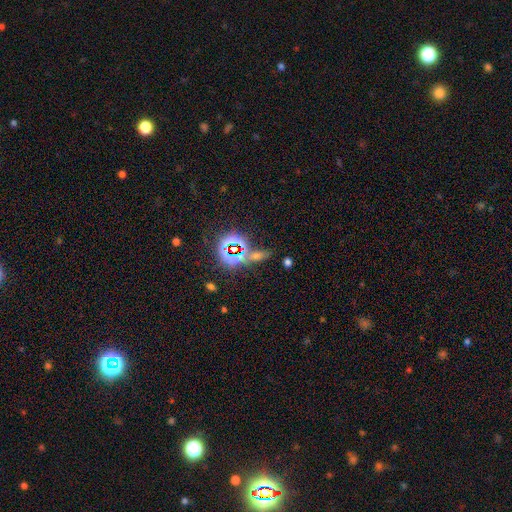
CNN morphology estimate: Overall: star or artifact (60%; smooth 27%).